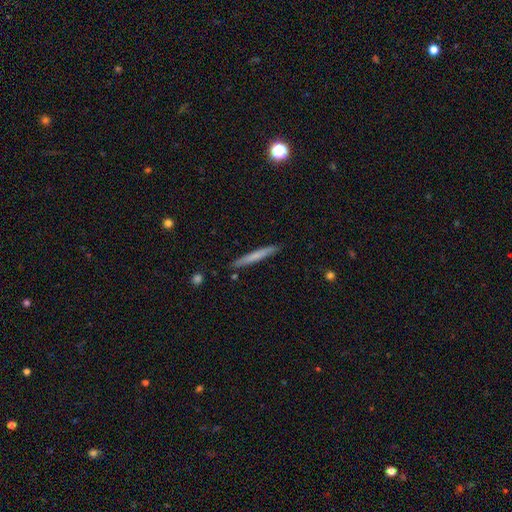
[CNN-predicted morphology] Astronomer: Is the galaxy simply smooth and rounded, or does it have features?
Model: smooth — 63%.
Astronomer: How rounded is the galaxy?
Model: cigar-shaped — 97%.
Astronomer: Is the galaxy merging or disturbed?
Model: none — 89%.